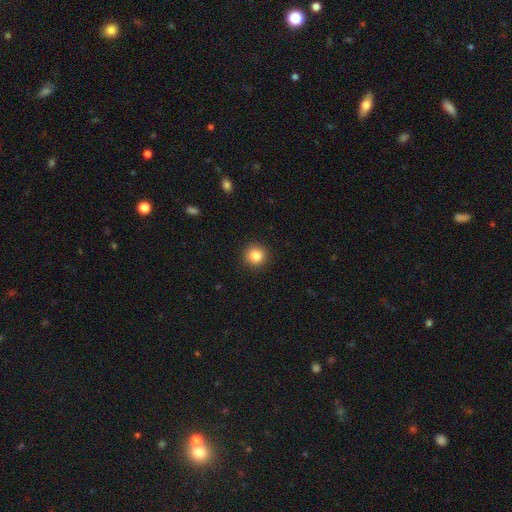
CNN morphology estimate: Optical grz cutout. It shows a smooth galaxy with no disk features (85%) that is round (94%). Merging: none (93%).